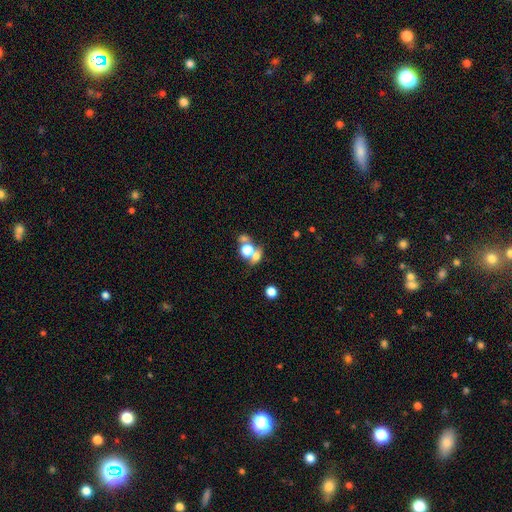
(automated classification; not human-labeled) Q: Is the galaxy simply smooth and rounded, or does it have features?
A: smooth — 62%.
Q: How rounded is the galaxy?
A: round — 57%.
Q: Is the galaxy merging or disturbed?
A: merger — 44%.